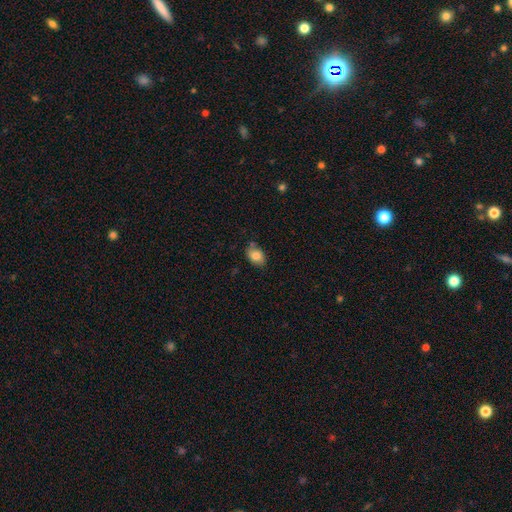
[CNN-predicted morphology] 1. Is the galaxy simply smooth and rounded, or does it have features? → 82% smooth, 10% featured or disk, 8% star or artifact.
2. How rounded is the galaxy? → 78% in between, 20% round, 1% cigar-shaped.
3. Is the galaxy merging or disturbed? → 69% none, 23% minor disturbance, 5% merger, 4% major disturbance.